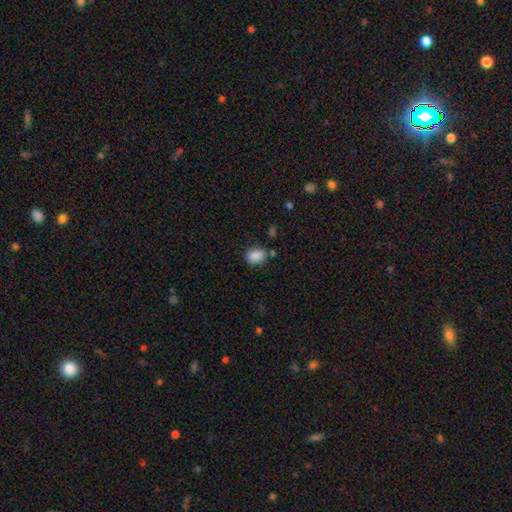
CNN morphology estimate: Smooth or featured? smooth (86%)
How rounded? in between (66%)
Merging? none (78%)